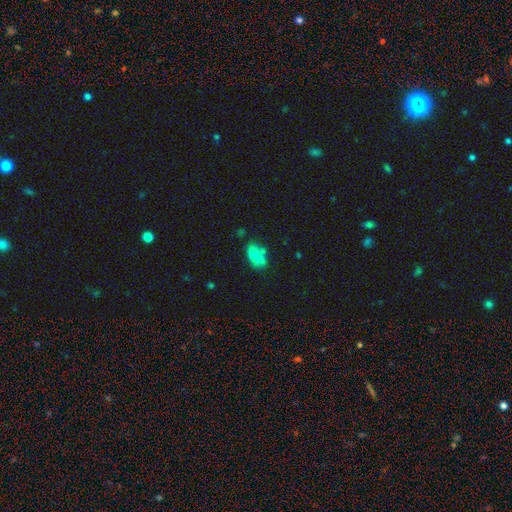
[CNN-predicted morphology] Q: Smooth or featured?
A: smooth (67%); runner-up: featured or disk (22%)
Q: How rounded?
A: in between (85%); runner-up: cigar-shaped (8%)
Q: Merging?
A: none (43%); runner-up: merger (29%)